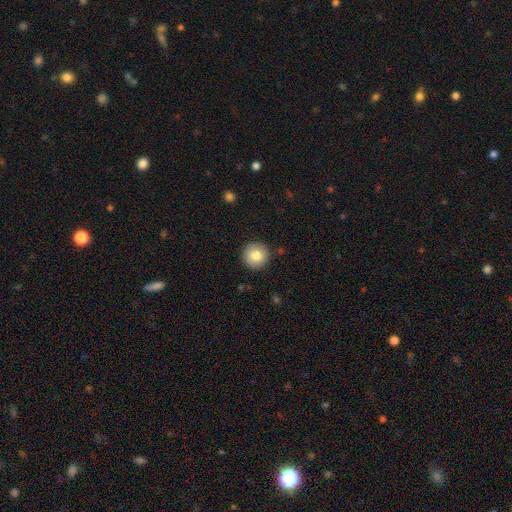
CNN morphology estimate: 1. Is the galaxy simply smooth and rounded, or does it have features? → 83% smooth, 9% featured or disk, 8% star or artifact.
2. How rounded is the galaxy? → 95% round, 4% in between, 1% cigar-shaped.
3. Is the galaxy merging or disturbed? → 90% none, 7% minor disturbance, 2% major disturbance, 1% merger.